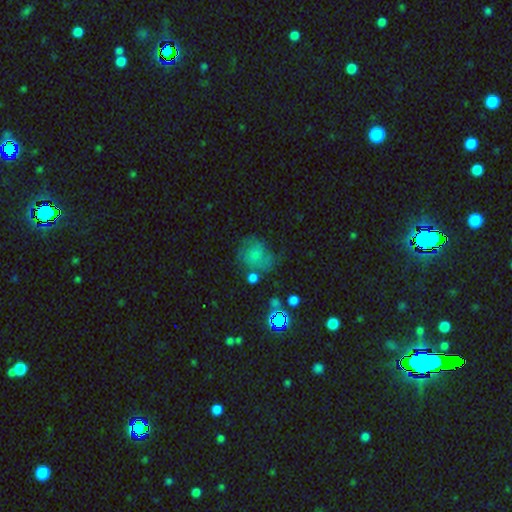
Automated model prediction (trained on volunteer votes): Smooth or featured?
  - smooth: 53% *
  - featured or disk: 30%
  - star or artifact: 17%
How rounded?
  - round: 69% *
  - in between: 30%
  - cigar-shaped: 1%
Merging?
  - none: 49% *
  - minor disturbance: 26%
  - major disturbance: 18%
  - merger: 7%